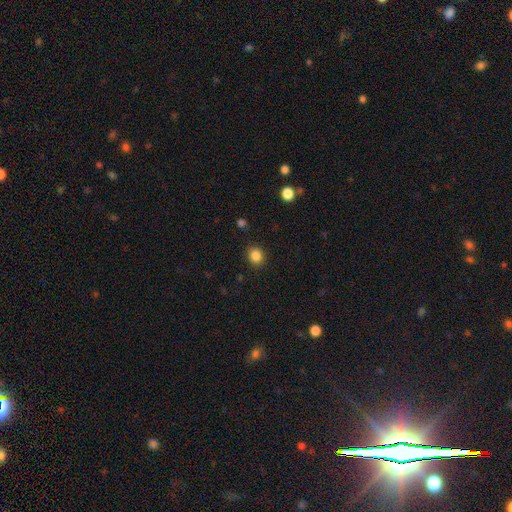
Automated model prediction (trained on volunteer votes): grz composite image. It shows a smooth galaxy with no disk features (85%) that is round (77%). Merging: none (89%).